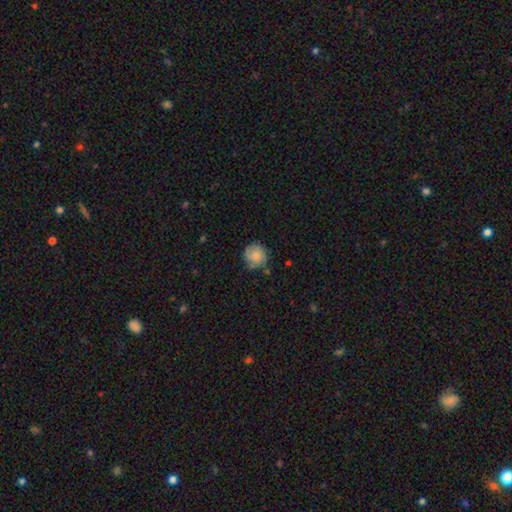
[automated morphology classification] This is possibly a smooth galaxy (58%). How rounded: clearly round (88%). Merging: likely none (69%).